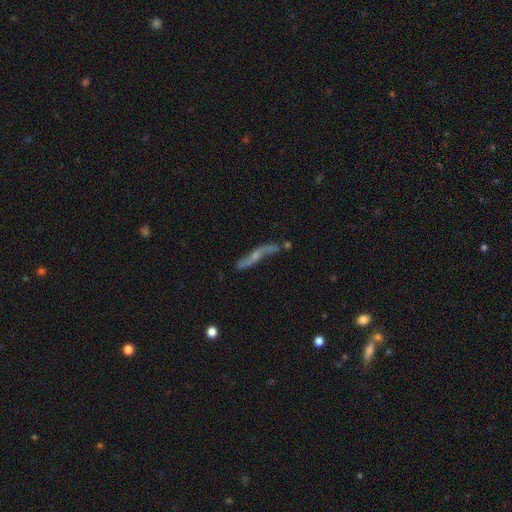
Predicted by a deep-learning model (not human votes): Smooth or featured? featured or disk (73%)
Edge-on disk? no (54%)
Merging? none (58%)